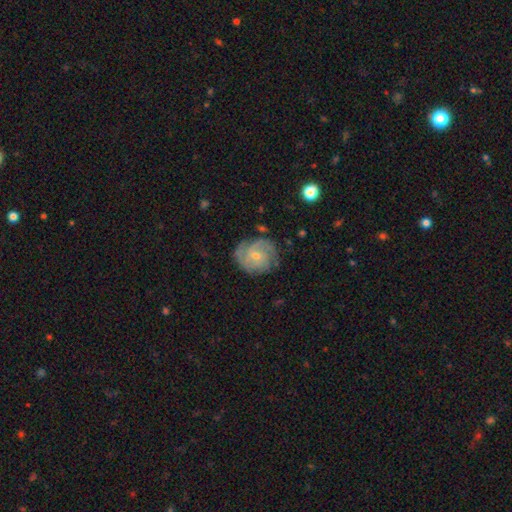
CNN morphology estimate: smooth-or-featured: featured or disk: 81% | smooth: 13% | star or artifact: 6%
  disk-edge-on: no: 98% | yes: 2%
    bar: no: 67% | weak: 28% | strong: 5%
    has-spiral-arms: yes: 95% | no: 5%
      spiral-winding: tight: 64% | medium: 29% | loose: 7%
      spiral-arm-count: 2: 35% | 3: 28% | can't tell: 21% | 4: 6% | 1: 5% | more than 4: 4%
    bulge-size: small: 64% | moderate: 33% | none: 2% | large: 1% | dominant: 1%
  merging: none: 74% | minor disturbance: 18% | major disturbance: 6% | merger: 2%